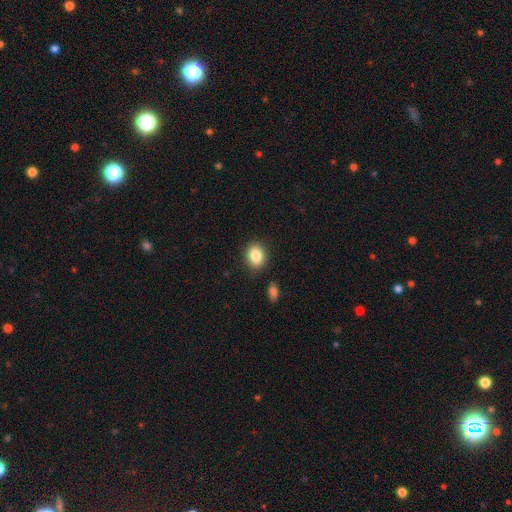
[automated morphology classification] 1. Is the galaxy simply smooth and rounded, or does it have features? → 86% smooth, 8% star or artifact, 6% featured or disk.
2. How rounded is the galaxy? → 64% in between, 35% round, 1% cigar-shaped.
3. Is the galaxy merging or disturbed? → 86% none, 9% minor disturbance, 3% major disturbance, 2% merger.